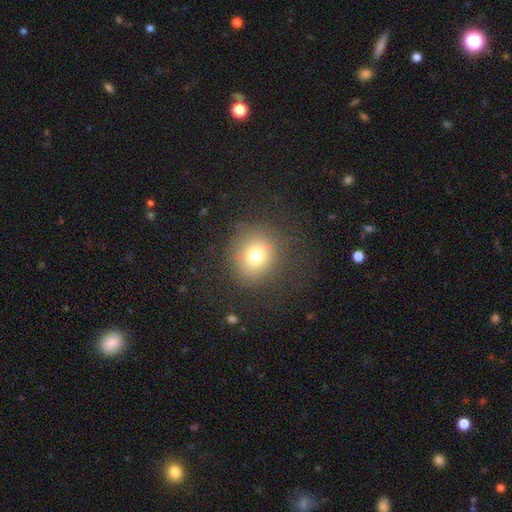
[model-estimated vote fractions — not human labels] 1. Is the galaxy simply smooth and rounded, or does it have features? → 73% smooth, 15% star or artifact, 12% featured or disk.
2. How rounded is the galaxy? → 83% round, 16% in between, 1% cigar-shaped.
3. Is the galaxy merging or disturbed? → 81% none, 11% minor disturbance, 7% major disturbance, 1% merger.